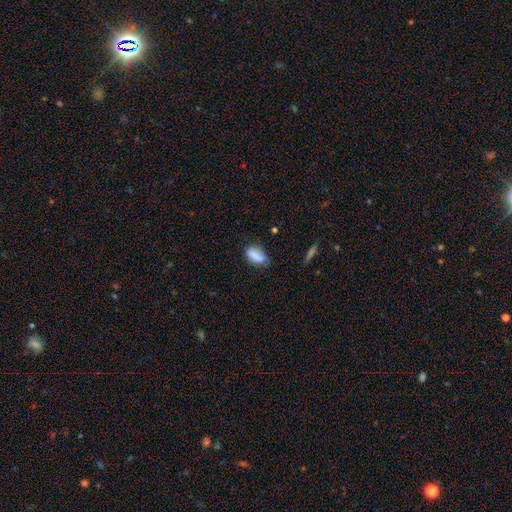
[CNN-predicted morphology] Smooth or featured?
  - smooth: 81% *
  - featured or disk: 10%
  - star or artifact: 8%
How rounded?
  - in between: 78% *
  - cigar-shaped: 18%
  - round: 4%
Merging?
  - none: 67% *
  - minor disturbance: 24%
  - major disturbance: 6%
  - merger: 4%